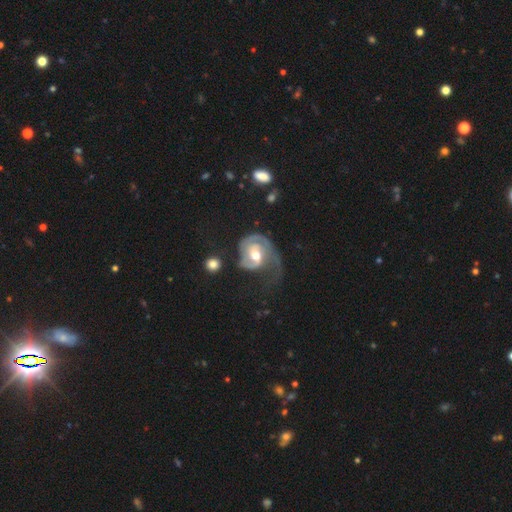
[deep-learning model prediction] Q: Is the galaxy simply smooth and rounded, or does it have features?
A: featured or disk — 86%.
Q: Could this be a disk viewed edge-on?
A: no — 98%.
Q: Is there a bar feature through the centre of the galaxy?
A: no — 45%.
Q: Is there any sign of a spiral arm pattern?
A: yes — 94%.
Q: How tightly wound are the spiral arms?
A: tight — 44%.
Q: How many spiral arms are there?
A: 2 — 43%.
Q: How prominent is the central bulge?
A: moderate — 73%.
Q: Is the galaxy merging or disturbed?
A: major disturbance — 42%.